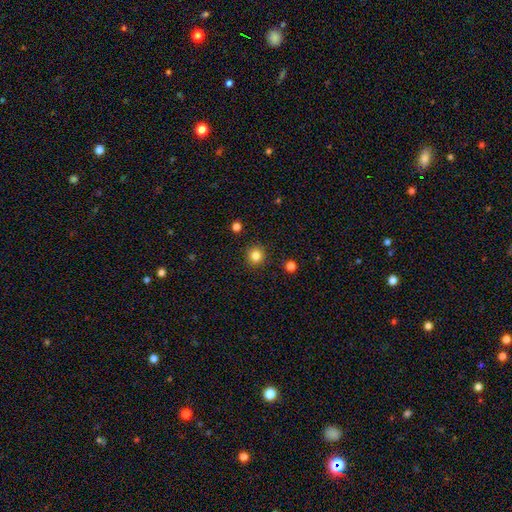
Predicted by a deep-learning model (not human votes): Smooth or featured? Predicted: smooth (p=0.83). How rounded? Predicted: round (p=0.93). Merging? Predicted: none (p=0.92).